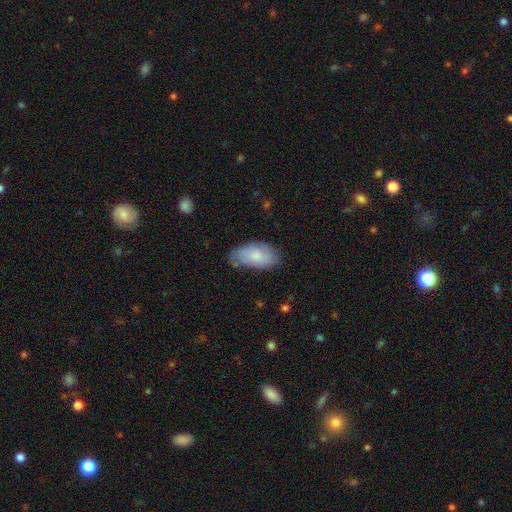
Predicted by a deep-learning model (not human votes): This is likely a smooth galaxy (68%). How rounded: clearly in between (94%). Merging: likely none (66%).